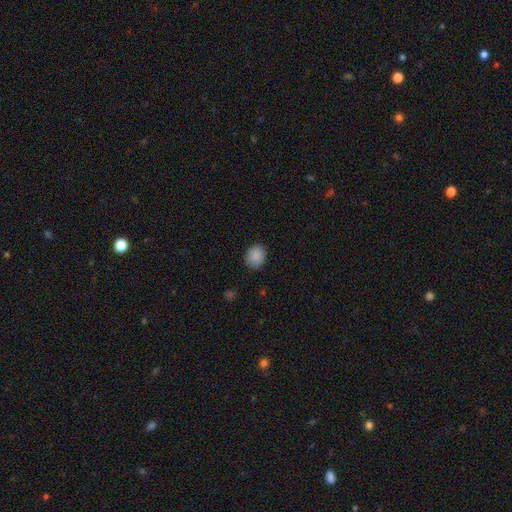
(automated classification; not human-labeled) Q: Smooth or featured?
A: smooth (88%); runner-up: star or artifact (8%)
Q: How rounded?
A: round (65%); runner-up: in between (35%)
Q: Merging?
A: none (87%); runner-up: minor disturbance (10%)